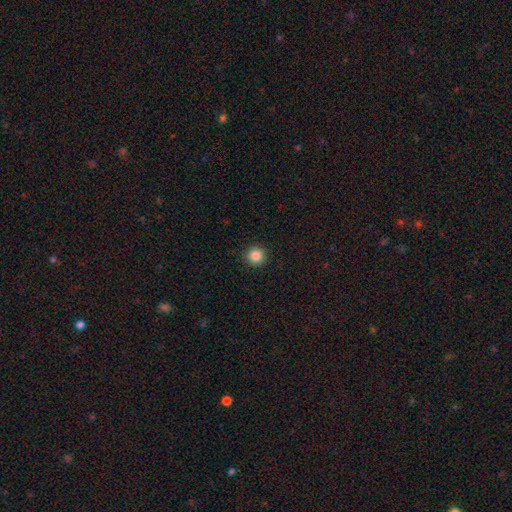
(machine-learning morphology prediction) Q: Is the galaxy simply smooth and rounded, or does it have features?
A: smooth — 86%.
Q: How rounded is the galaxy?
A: round — 95%.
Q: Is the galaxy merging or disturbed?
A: none — 92%.